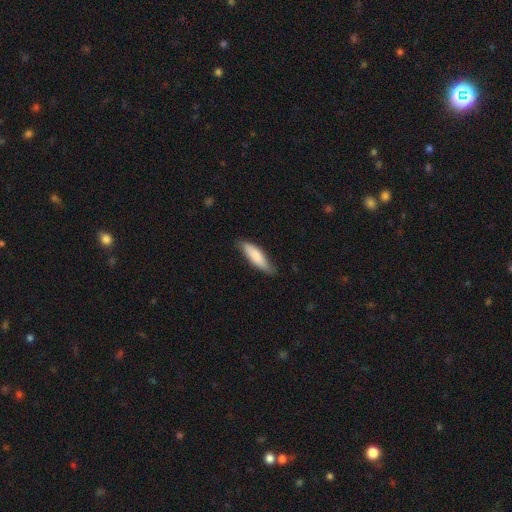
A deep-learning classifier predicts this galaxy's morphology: Q: Smooth or featured?
A: smooth (80%); runner-up: featured or disk (15%)
Q: How rounded?
A: cigar-shaped (57%); runner-up: in between (41%)
Q: Merging?
A: none (69%); runner-up: minor disturbance (26%)